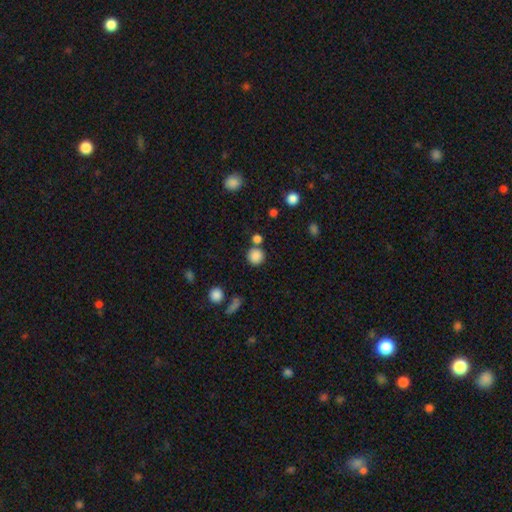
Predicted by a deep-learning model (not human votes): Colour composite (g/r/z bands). It shows a smooth galaxy with no disk features (84%) that is round (92%). Merging: none (73%).